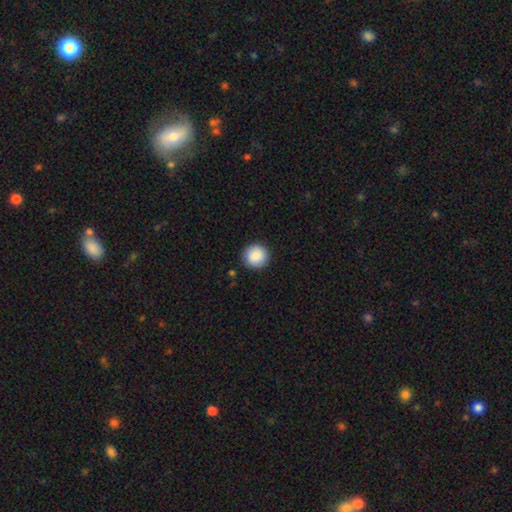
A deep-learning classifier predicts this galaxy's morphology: smooth-or-featured: smooth: 89% | star or artifact: 7% | featured or disk: 4%
  how-rounded: round: 95% | in between: 4% | cigar-shaped: 1%
  merging: none: 91% | minor disturbance: 6% | major disturbance: 2% | merger: 1%